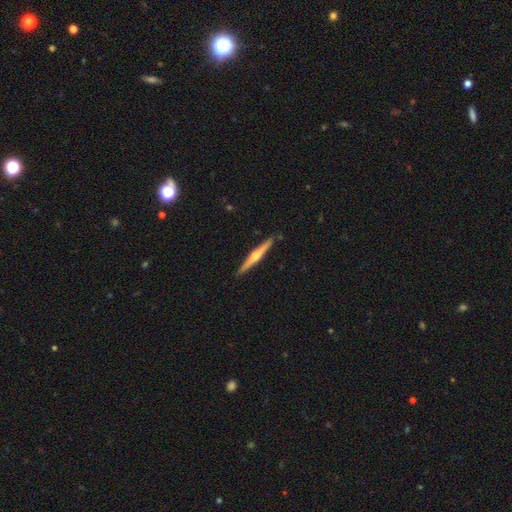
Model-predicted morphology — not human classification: Smooth or featured? featured or disk (69%)
Edge-on disk? yes (98%)
Edge-on bulge? rounded (88%)
Merging? none (90%)